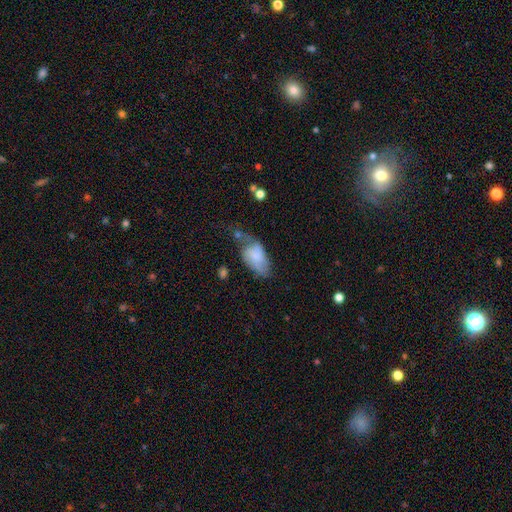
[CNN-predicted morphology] The model was most divided on "merging": major disturbance: 33%, minor disturbance: 31%, none: 24%, merger: 12%. More confident: how rounded — in between (93%); smooth or featured — smooth (63%).